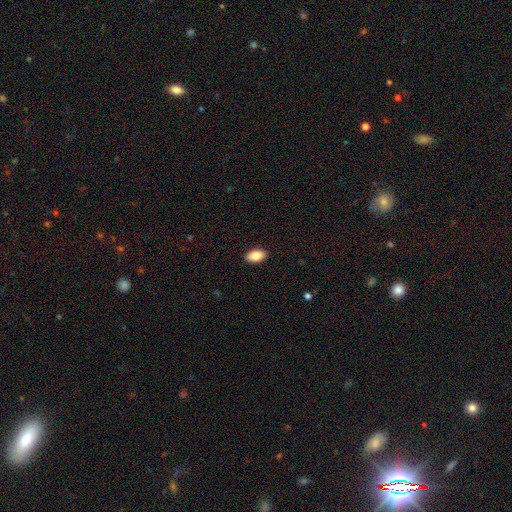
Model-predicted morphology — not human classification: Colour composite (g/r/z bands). It shows a smooth galaxy with no disk features (86%) that is in between round and cigar-shaped (93%). Merging: none (90%).